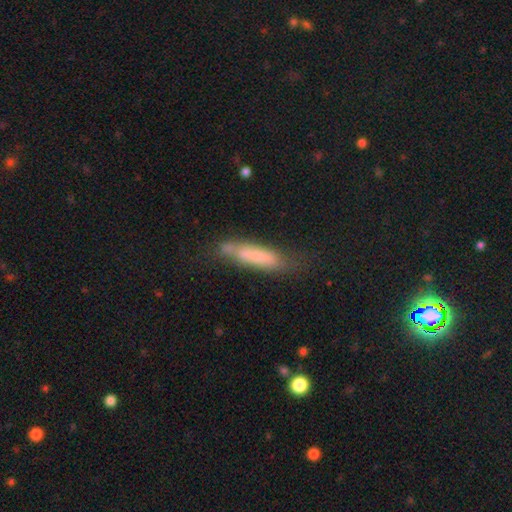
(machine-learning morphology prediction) smooth_or_featured: smooth (p=0.70) [alt: featured or disk p=0.22]
how_rounded: cigar-shaped (p=0.77) [alt: in between p=0.21]
merging: none (p=0.58) [alt: minor disturbance p=0.25]